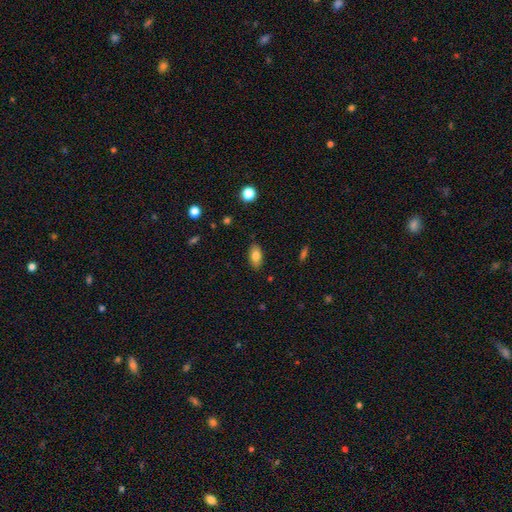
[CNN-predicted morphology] Smooth or featured? Predicted: smooth (p=0.81). How rounded? Predicted: in between (p=0.90). Merging? Predicted: none (p=0.86).